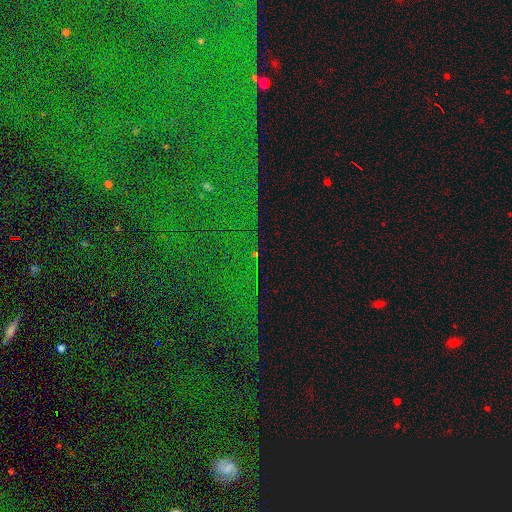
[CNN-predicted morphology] This appears to be a star or artifact, not a galaxy (84%).